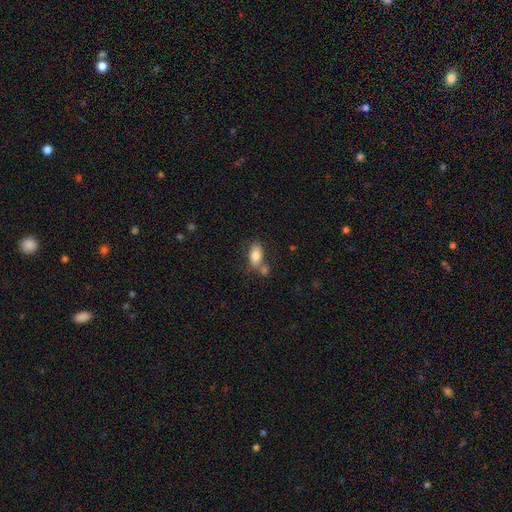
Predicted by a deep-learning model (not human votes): A smooth galaxy with no disk features (79%) that is in between round and cigar-shaped (90%). Merging: none (48%).